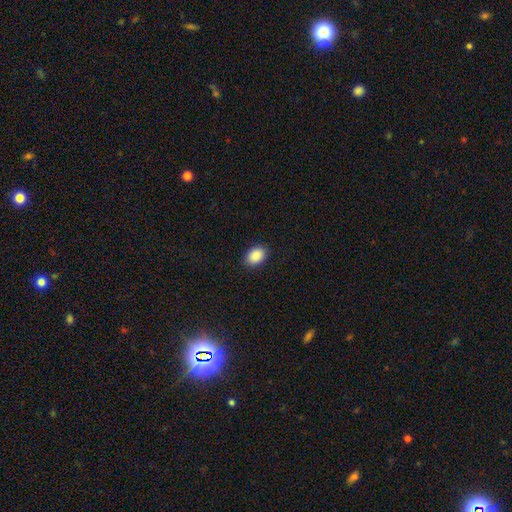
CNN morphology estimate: smooth-or-featured: smooth: 90% | star or artifact: 7% | featured or disk: 2%
  how-rounded: in between: 79% | round: 20% | cigar-shaped: 1%
  merging: none: 90% | minor disturbance: 7% | major disturbance: 2% | merger: 1%